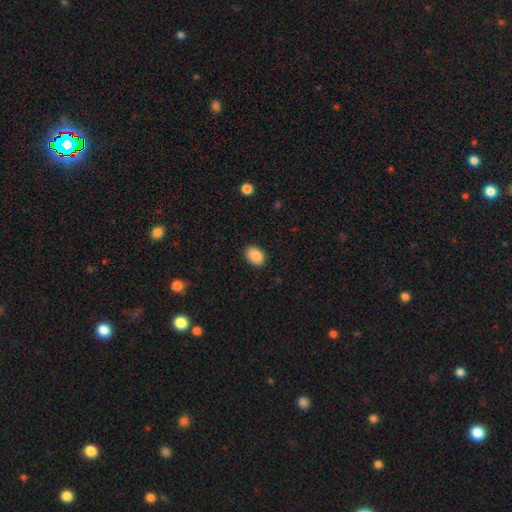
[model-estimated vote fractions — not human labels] smooth-or-featured: smooth: 89% | star or artifact: 7% | featured or disk: 4%
  how-rounded: in between: 82% | round: 17% | cigar-shaped: 1%
  merging: none: 88% | minor disturbance: 9% | major disturbance: 2% | merger: 1%